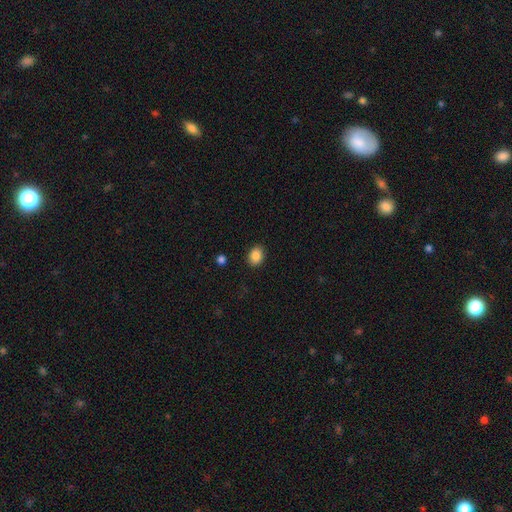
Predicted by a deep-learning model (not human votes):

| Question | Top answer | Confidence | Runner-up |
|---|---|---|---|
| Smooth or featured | smooth | 88% | star or artifact (9%) |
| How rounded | in between | 63% | round (36%) |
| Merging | none | 88% | minor disturbance (8%) |